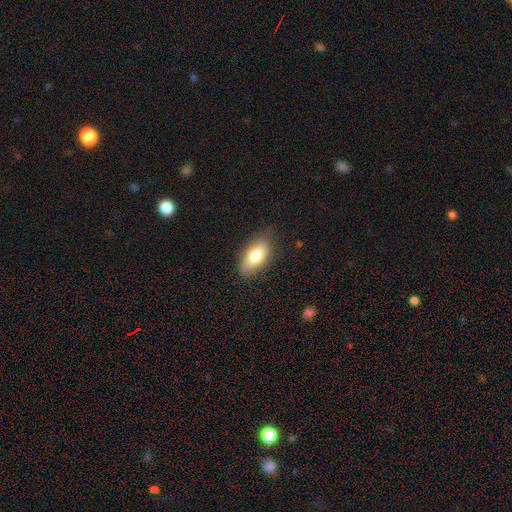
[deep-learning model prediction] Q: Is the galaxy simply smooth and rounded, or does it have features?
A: smooth — 79%.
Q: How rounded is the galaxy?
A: in between — 90%.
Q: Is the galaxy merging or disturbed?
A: none — 79%.